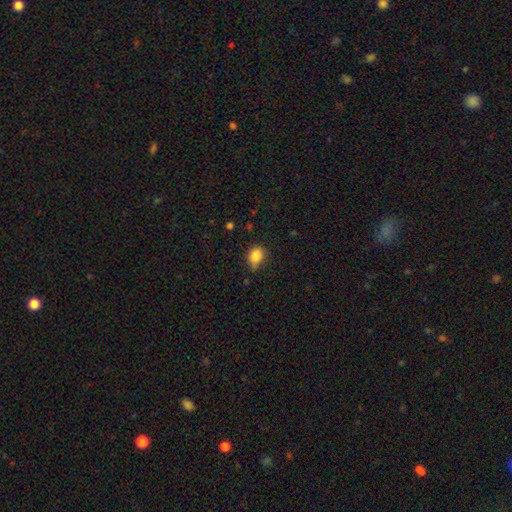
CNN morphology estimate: smooth_or_featured: smooth (p=0.84) [alt: star or artifact p=0.10]
how_rounded: round (p=0.50) [alt: in between p=0.49]
merging: none (p=0.63) [alt: minor disturbance p=0.29]